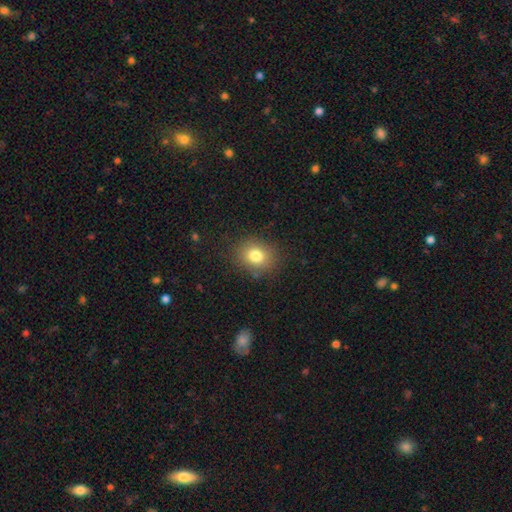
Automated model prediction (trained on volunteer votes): Smooth or featured?
  - smooth: 79% *
  - star or artifact: 12%
  - featured or disk: 9%
How rounded?
  - round: 57% *
  - in between: 42%
  - cigar-shaped: 1%
Merging?
  - none: 85% *
  - minor disturbance: 10%
  - major disturbance: 4%
  - merger: 1%